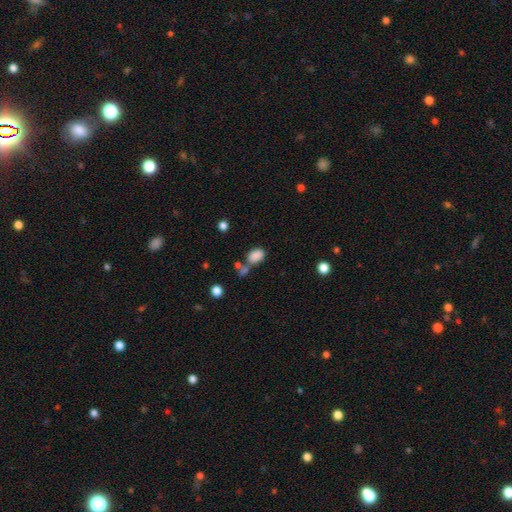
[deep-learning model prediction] A smooth galaxy with no disk features (84%) that is in between round and cigar-shaped (83%). Merging: none (50%).